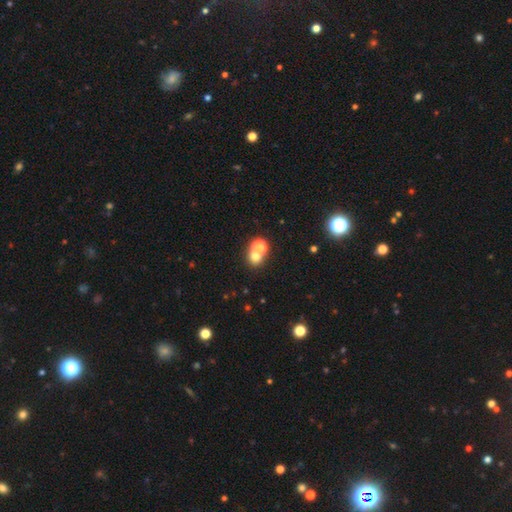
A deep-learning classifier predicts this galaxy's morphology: type=smooth (68%); roundness=round (80%); merging=none (47%).